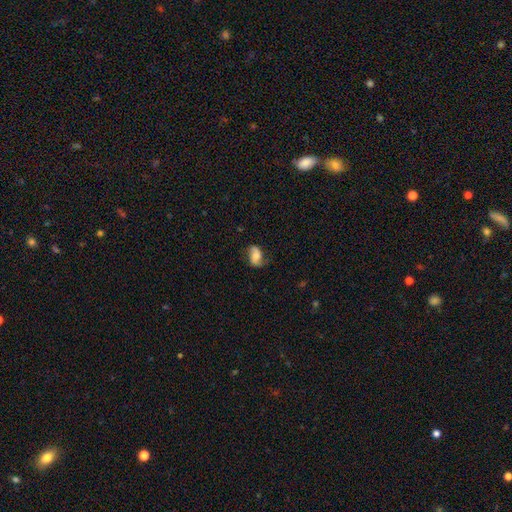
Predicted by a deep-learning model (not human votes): smooth_or_featured: featured or disk (p=0.53) [alt: smooth p=0.38]
disk_edge_on: no (p=0.96) [alt: yes p=0.04]
bar: no (p=0.55) [alt: weak p=0.32]
has_spiral_arms: yes (p=0.90) [alt: no p=0.10]
bulge_size: moderate (p=0.36) [alt: small p=0.23]
merging: none (p=0.64) [alt: minor disturbance p=0.23]